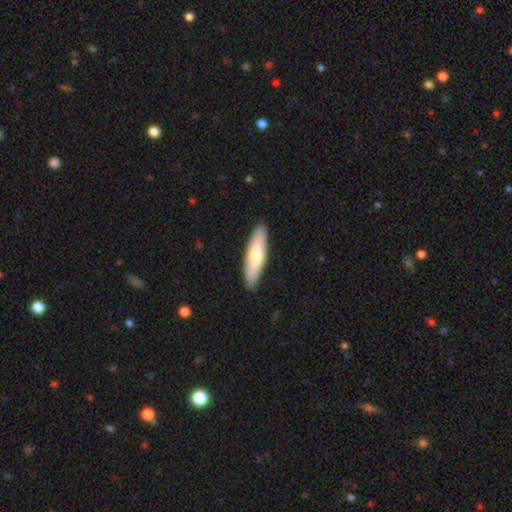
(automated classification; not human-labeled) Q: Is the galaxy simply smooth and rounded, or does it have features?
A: smooth — 71%.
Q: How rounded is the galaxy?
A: cigar-shaped — 70%.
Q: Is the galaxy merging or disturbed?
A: none — 90%.